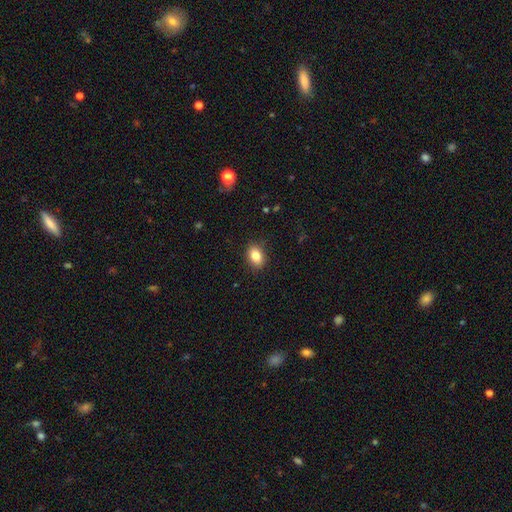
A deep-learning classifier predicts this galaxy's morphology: A smooth galaxy with no disk features (83%) that is in between round and cigar-shaped (76%). Merging: none (87%).